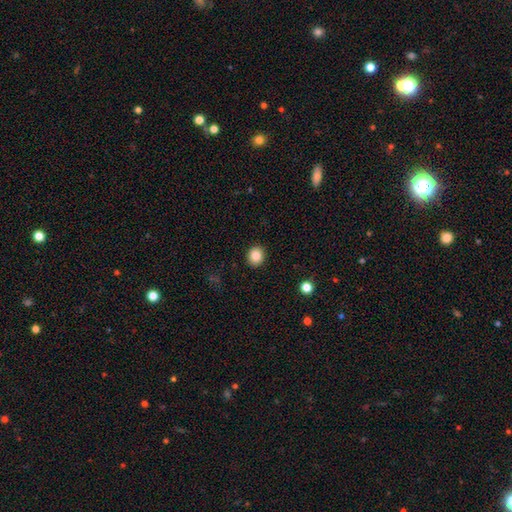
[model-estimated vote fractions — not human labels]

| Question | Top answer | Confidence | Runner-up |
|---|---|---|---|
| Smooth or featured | smooth | 85% | star or artifact (9%) |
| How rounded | round | 70% | in between (29%) |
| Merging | none | 91% | minor disturbance (6%) |